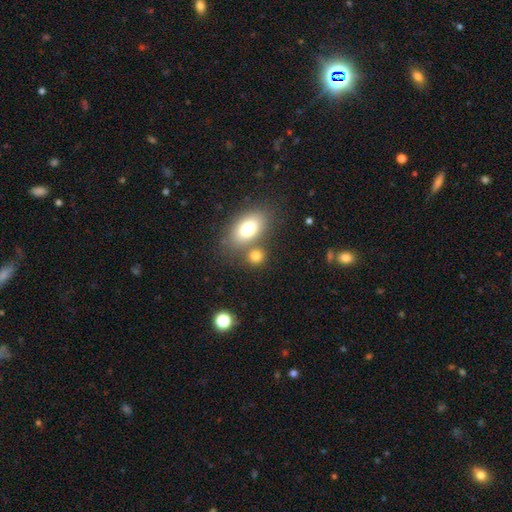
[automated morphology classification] Smooth or featured? Predicted: smooth (p=0.78). How rounded? Predicted: round (p=0.50). Merging? Predicted: none (p=0.60).